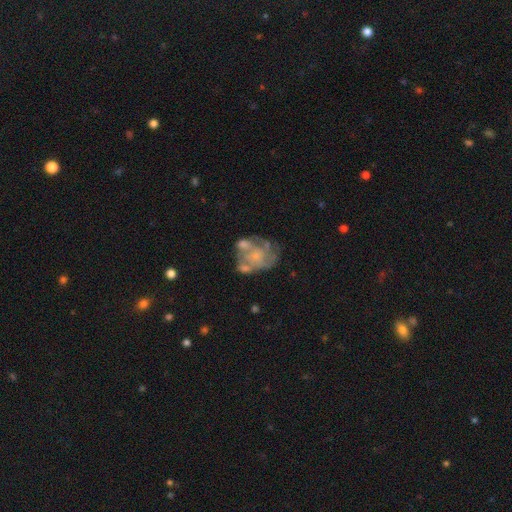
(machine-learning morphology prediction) A featured or disk galaxy (70%) with no bar (84%), spiral arms (54%) and a small central bulge (54%). Merging: none (39%).